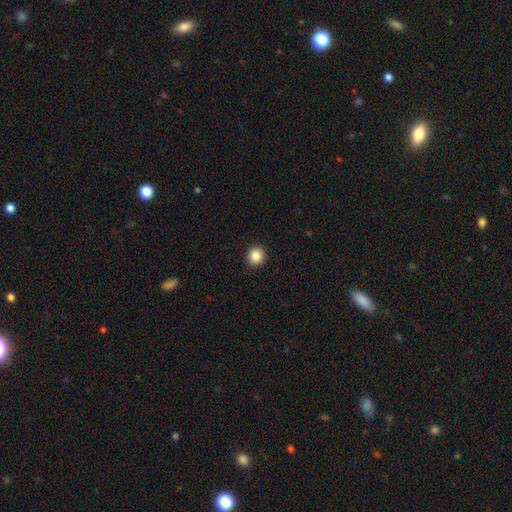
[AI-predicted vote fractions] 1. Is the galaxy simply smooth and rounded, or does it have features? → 87% smooth, 10% star or artifact, 4% featured or disk.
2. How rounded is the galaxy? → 92% round, 7% in between, 1% cigar-shaped.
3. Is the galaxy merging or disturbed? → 93% none, 4% minor disturbance, 2% major disturbance, 1% merger.